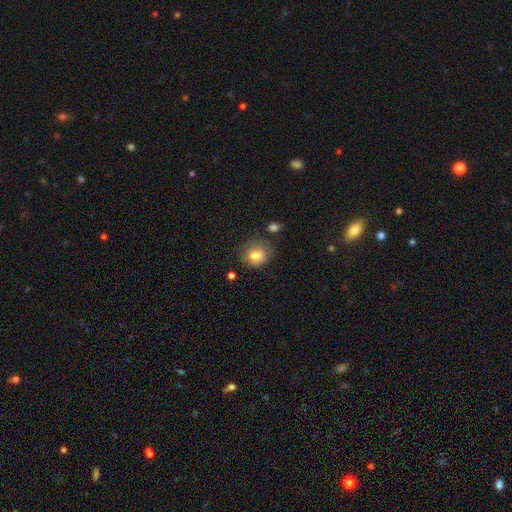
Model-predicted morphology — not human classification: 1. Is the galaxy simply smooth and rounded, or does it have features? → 81% smooth, 10% featured or disk, 9% star or artifact.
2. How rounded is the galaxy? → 64% round, 35% in between, 1% cigar-shaped.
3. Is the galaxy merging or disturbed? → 60% none, 25% minor disturbance, 10% major disturbance, 5% merger.